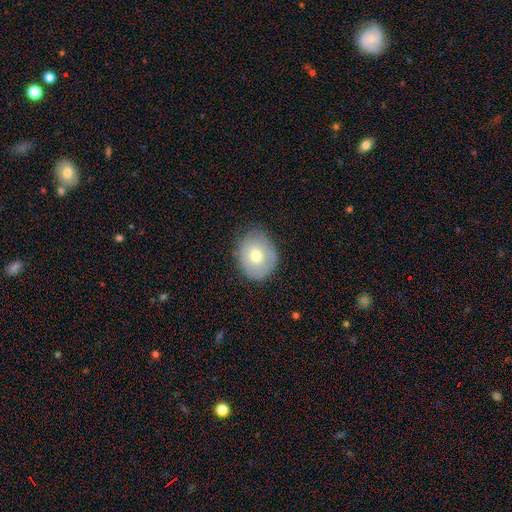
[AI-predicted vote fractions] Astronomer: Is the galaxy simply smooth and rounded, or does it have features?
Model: smooth — 65%.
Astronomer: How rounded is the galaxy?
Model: round — 65%.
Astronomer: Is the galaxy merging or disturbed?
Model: none — 75%.